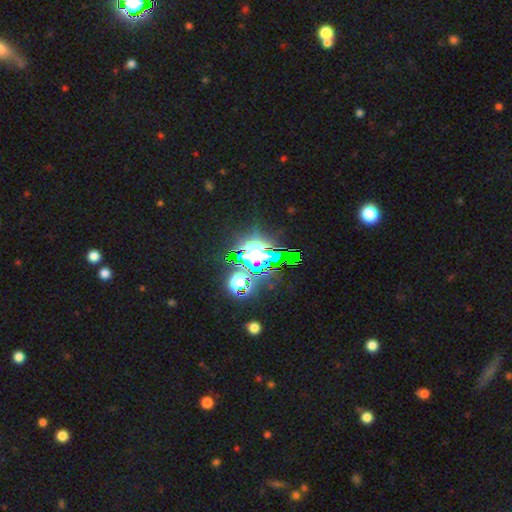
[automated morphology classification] Overall: star or artifact (75%).